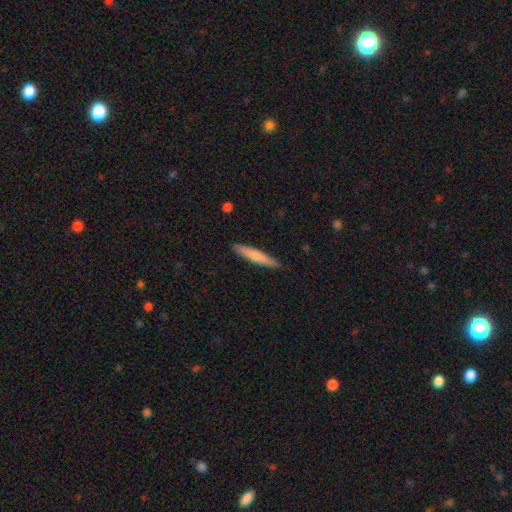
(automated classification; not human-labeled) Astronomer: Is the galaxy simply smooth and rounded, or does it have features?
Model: smooth — 70%.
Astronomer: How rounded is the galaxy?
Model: cigar-shaped — 92%.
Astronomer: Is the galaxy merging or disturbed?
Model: none — 89%.